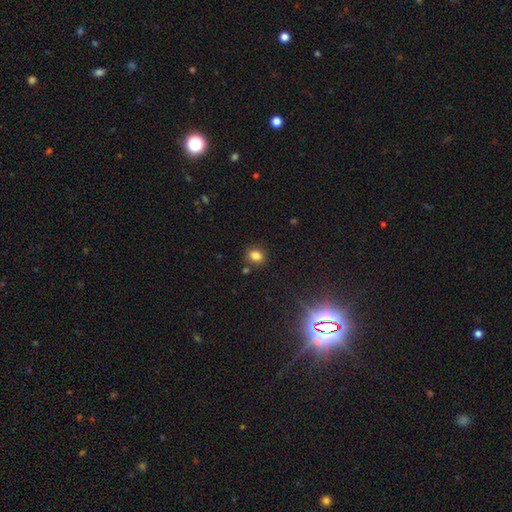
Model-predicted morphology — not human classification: Q: Smooth or featured?
A: smooth (82%); runner-up: star or artifact (12%)
Q: How rounded?
A: round (62%); runner-up: in between (37%)
Q: Merging?
A: none (82%); runner-up: minor disturbance (10%)